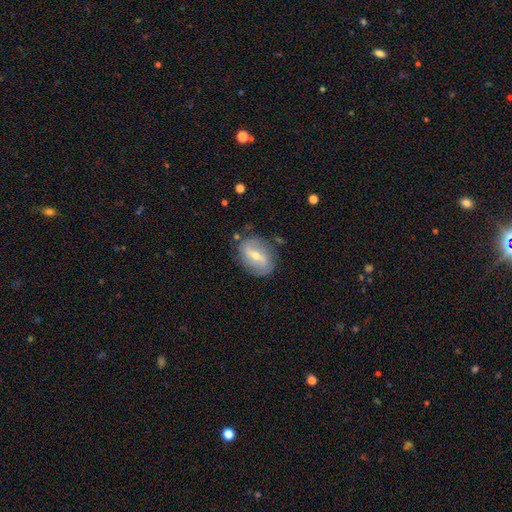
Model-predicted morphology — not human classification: Smooth or featured?
  - featured or disk: 68% *
  - smooth: 25%
  - star or artifact: 7%
Edge-on disk?
  - no: 94% *
  - yes: 6%
Bar?
  - weak: 43% *
  - strong: 38%
  - no: 19%
Spiral arms?
  - yes: 78% *
  - no: 22%
Bulge size?
  - moderate: 52% *
  - small: 44%
  - large: 2%
  - none: 1%
  - dominant: 1%
Merging?
  - none: 78% *
  - minor disturbance: 15%
  - major disturbance: 4%
  - merger: 2%